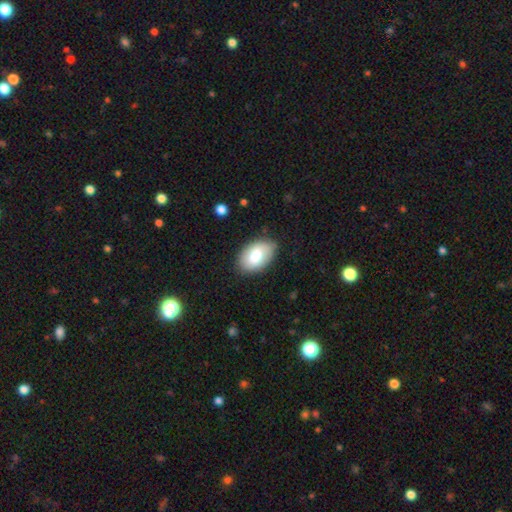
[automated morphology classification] A smooth galaxy with no disk features (77%) that is in between round and cigar-shaped (92%). Merging: none (82%).